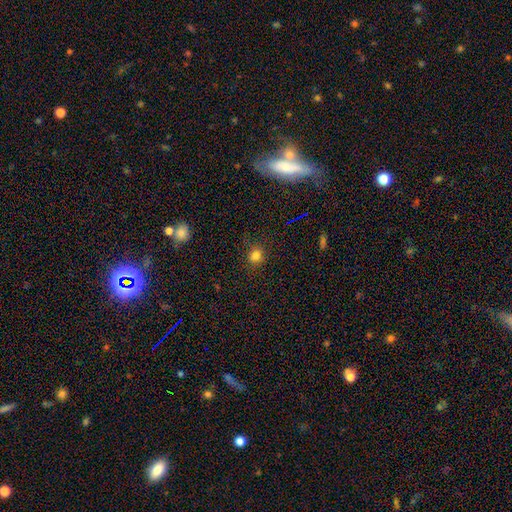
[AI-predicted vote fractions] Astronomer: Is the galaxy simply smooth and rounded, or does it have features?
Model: smooth — 80%.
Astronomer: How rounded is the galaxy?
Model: round — 80%.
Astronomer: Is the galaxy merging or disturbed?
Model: none — 84%.